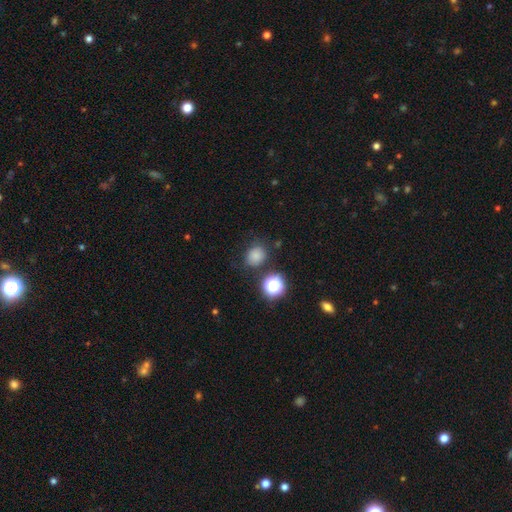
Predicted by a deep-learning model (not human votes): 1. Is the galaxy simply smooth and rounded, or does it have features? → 77% smooth, 17% star or artifact, 6% featured or disk.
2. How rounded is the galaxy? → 71% round, 28% in between, 1% cigar-shaped.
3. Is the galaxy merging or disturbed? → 75% none, 15% minor disturbance, 5% merger, 5% major disturbance.